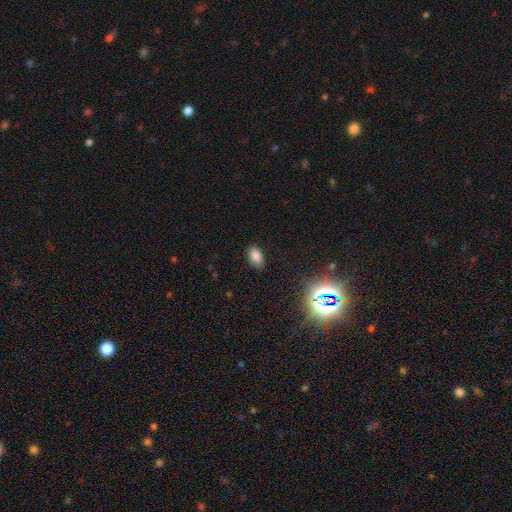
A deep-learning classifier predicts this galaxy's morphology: The model was most divided on "smooth or featured": smooth: 81%, star or artifact: 14%, featured or disk: 6%. More confident: how rounded — in between (90%); merging — none (85%).